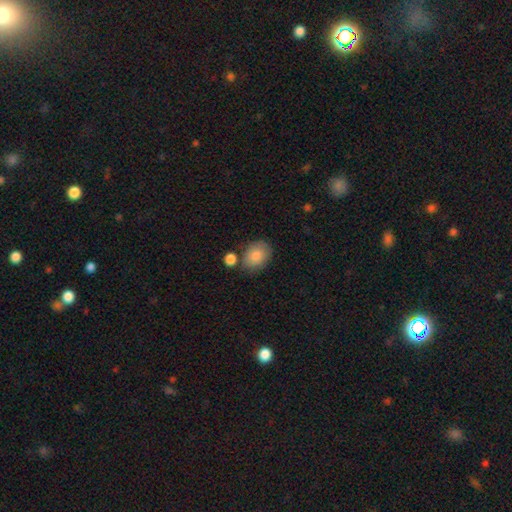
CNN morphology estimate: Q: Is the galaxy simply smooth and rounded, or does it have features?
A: smooth — 84%.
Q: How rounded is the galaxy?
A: in between — 58%.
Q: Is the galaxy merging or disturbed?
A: none — 69%.